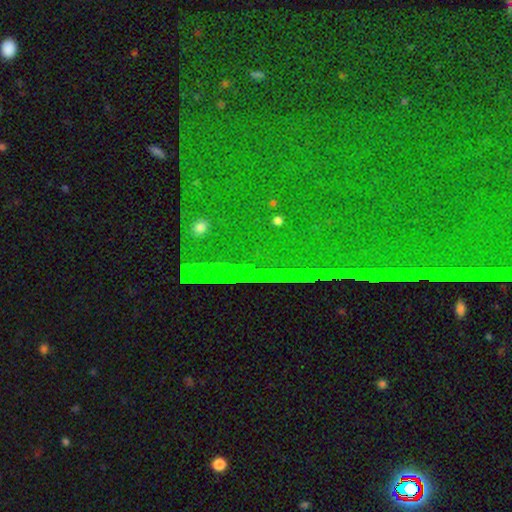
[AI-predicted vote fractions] A star or artifact, not a galaxy (85%).